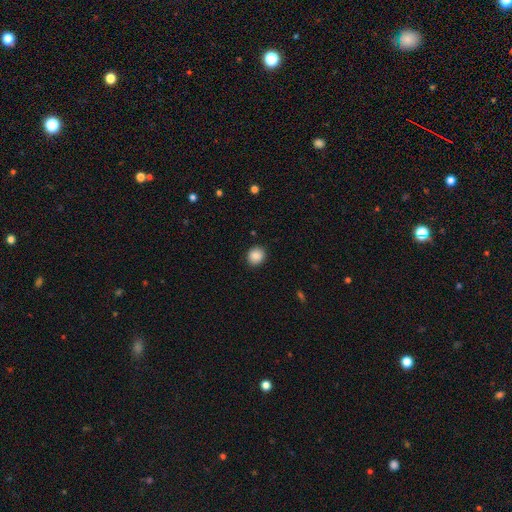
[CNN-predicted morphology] Smooth or featured: smooth — 88% (star or artifact — 9%)
How rounded: round — 83% (in between — 16%)
Merging: none — 91% (minor disturbance — 6%)